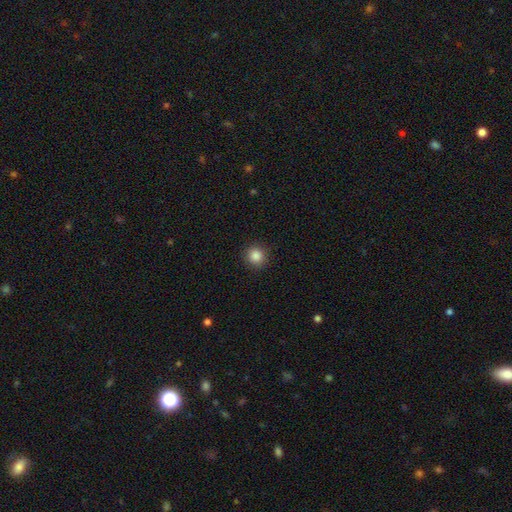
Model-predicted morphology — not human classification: smooth-or-featured: smooth: 86% | star or artifact: 10% | featured or disk: 4%
  how-rounded: round: 92% | in between: 7% | cigar-shaped: 1%
  merging: none: 91% | minor disturbance: 6% | major disturbance: 2% | merger: 1%